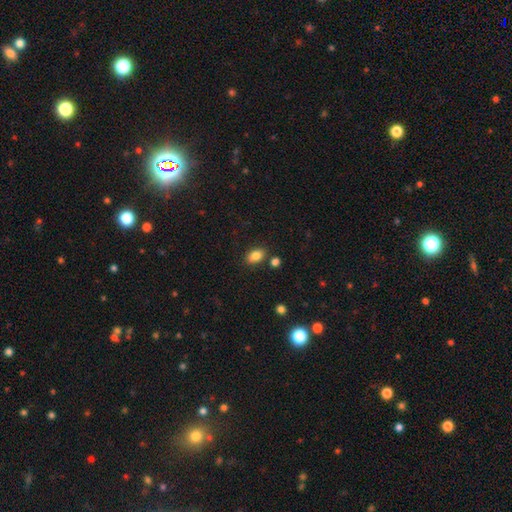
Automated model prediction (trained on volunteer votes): This is clearly a smooth galaxy (83%). How rounded: clearly in between (87%). Merging: clearly none (80%).